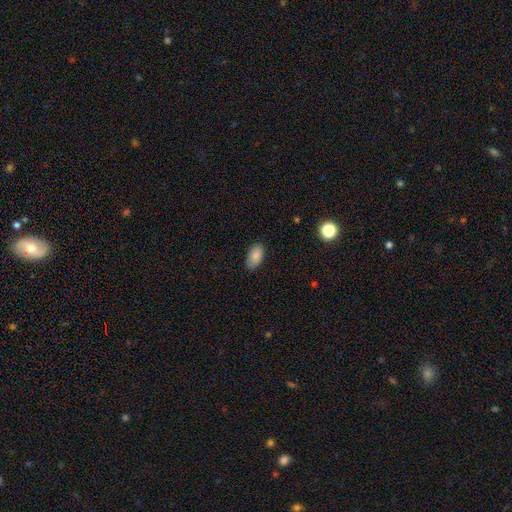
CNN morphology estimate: type=smooth (85%); roundness=in between (94%); merging=none (82%).